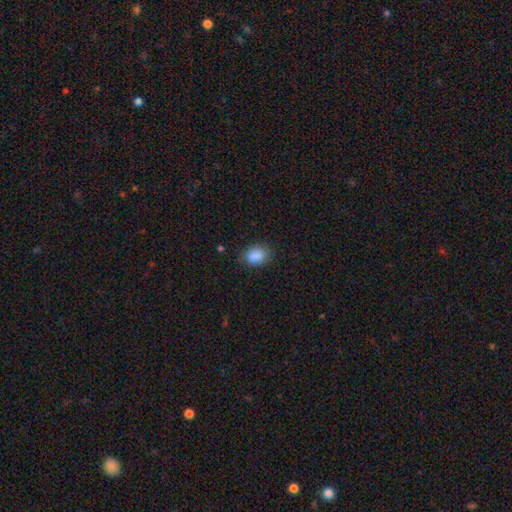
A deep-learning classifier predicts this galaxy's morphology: Smooth or featured? smooth (87%)
How rounded? in between (72%)
Merging? none (80%)